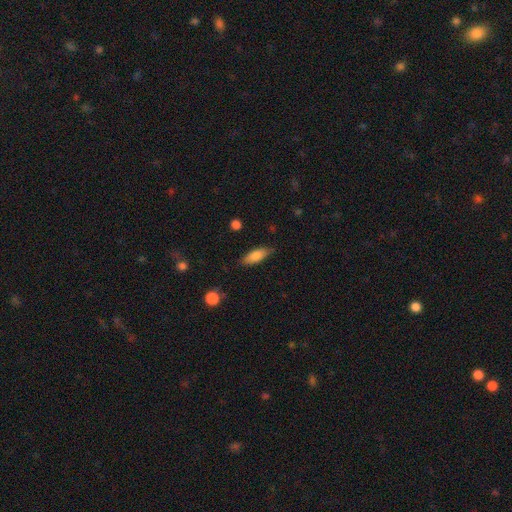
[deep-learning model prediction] smooth 76%, featured or disk 17%, star or artifact 7%. Down the decision tree: how rounded — in between (66%); merging — none (80%).